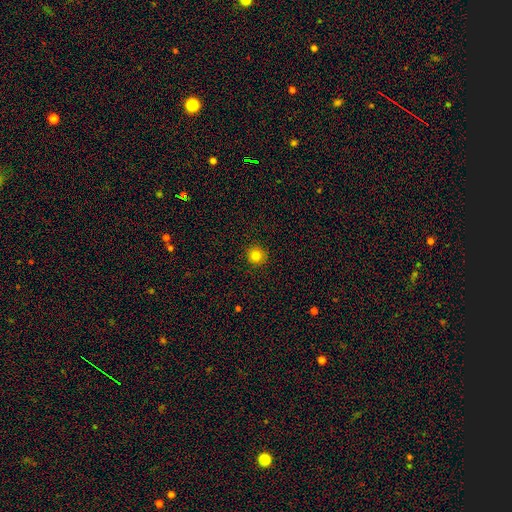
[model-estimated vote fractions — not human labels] Smooth or featured?
  - smooth: 83% *
  - star or artifact: 12%
  - featured or disk: 5%
How rounded?
  - round: 94% *
  - in between: 5%
  - cigar-shaped: 1%
Merging?
  - none: 92% *
  - minor disturbance: 5%
  - major disturbance: 2%
  - merger: 1%